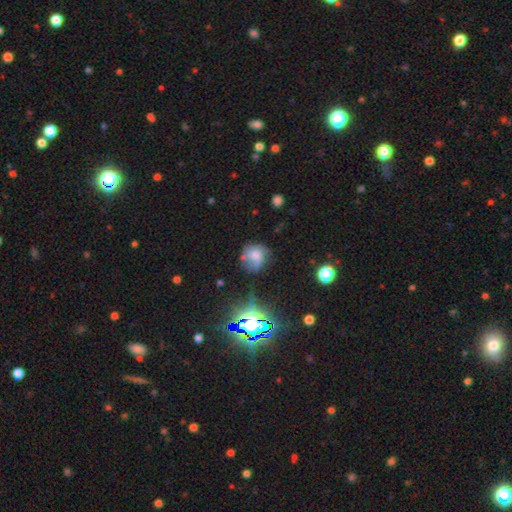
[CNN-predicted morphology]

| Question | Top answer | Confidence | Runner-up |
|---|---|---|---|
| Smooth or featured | smooth | 47% | featured or disk (30%) |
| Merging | none | 53% | minor disturbance (26%) |